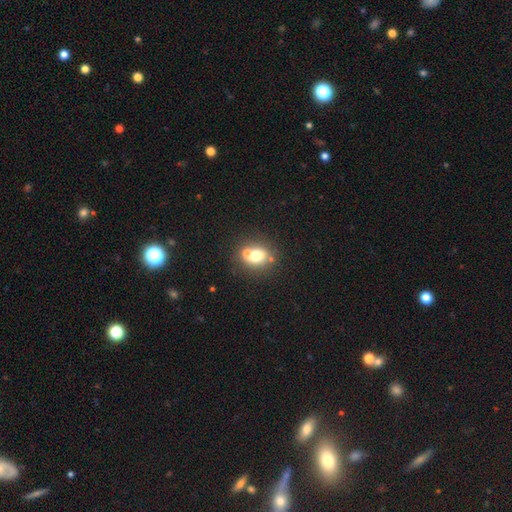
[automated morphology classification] The model was most divided on "merging": none: 51%, merger: 34%, minor disturbance: 10%, major disturbance: 4%. More confident: smooth or featured — smooth (67%); how rounded — round (65%).